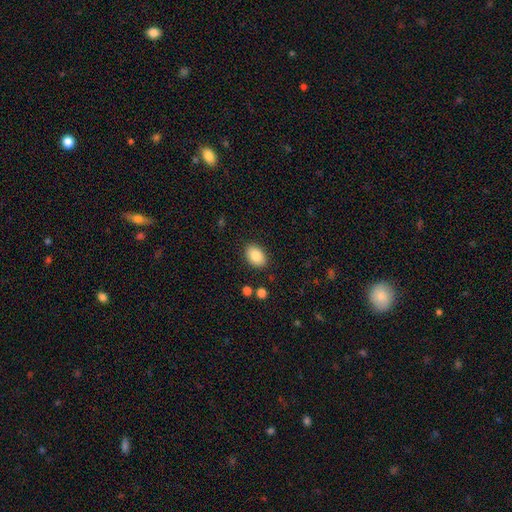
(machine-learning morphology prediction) A smooth galaxy with no disk features (86%) that is in between round and cigar-shaped (84%). Merging: none (88%).